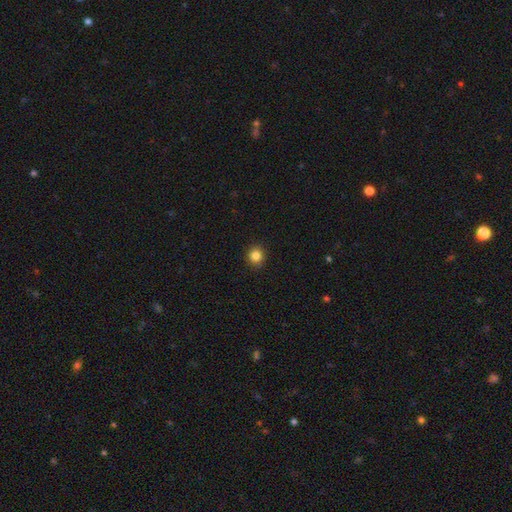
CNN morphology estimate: Smooth or featured?
  - smooth: 84% *
  - star or artifact: 11%
  - featured or disk: 5%
How rounded?
  - round: 90% *
  - in between: 9%
  - cigar-shaped: 1%
Merging?
  - none: 92% *
  - minor disturbance: 5%
  - major disturbance: 2%
  - merger: 1%